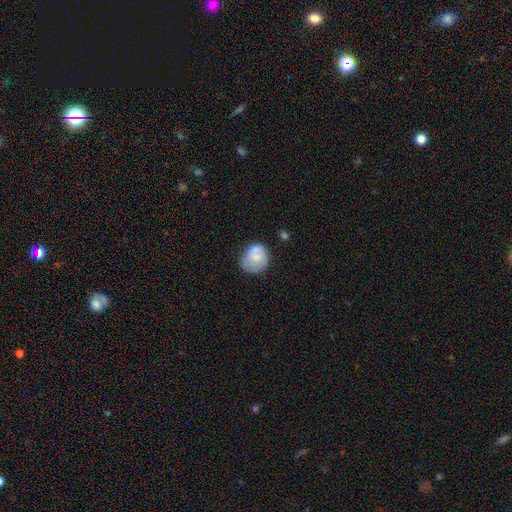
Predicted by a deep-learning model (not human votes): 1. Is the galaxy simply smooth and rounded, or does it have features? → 60% smooth, 33% featured or disk, 7% star or artifact.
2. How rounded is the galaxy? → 71% round, 28% in between, 1% cigar-shaped.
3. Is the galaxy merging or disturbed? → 49% none, 29% minor disturbance, 12% major disturbance, 10% merger.